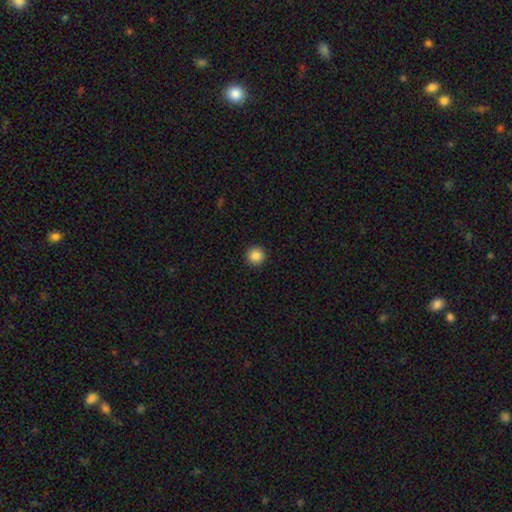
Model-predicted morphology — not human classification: smooth-or-featured: smooth: 87% | star or artifact: 10% | featured or disk: 3%
  how-rounded: round: 96% | in between: 3% | cigar-shaped: 1%
  merging: none: 93% | minor disturbance: 4% | major disturbance: 2% | merger: 1%